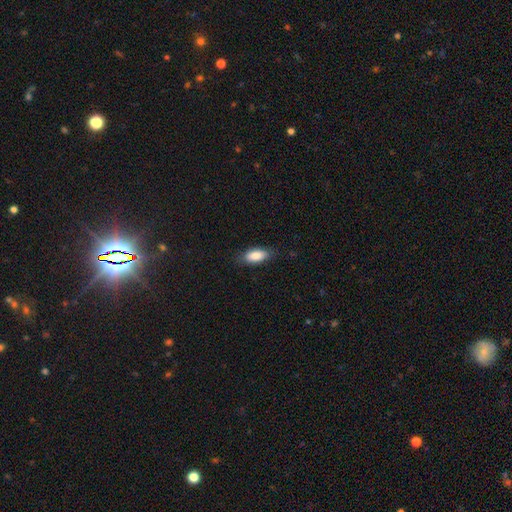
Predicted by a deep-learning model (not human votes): This appears to be a smooth galaxy with no disk features (85%) that is in between round and cigar-shaped (85%). Merging: none (81%).